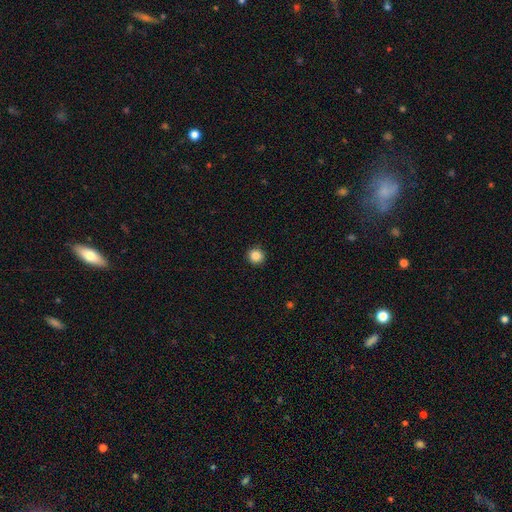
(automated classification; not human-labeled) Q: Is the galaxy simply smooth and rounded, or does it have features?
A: smooth — 86%.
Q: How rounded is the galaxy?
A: round — 95%.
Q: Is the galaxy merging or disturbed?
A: none — 93%.